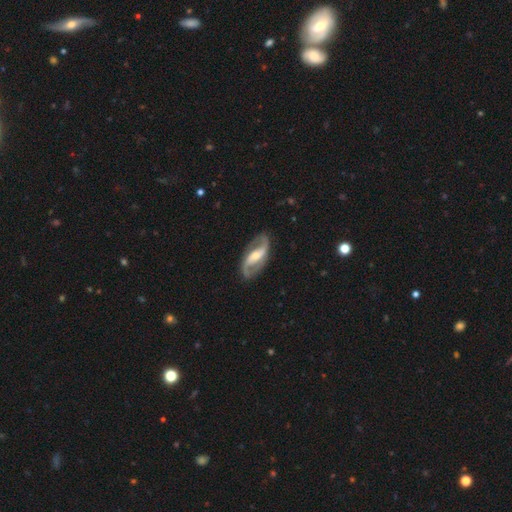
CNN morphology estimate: Smooth or featured? Predicted: featured or disk (p=0.88). Edge-on disk? Predicted: no (p=0.95). Bar? Predicted: strong (p=0.46). Spiral arms? Predicted: yes (p=0.95). Spiral winding? Predicted: loose (p=0.44). Spiral arm count? Predicted: 2 (p=0.93). Bulge size? Predicted: moderate (p=0.50). Merging? Predicted: none (p=0.84).